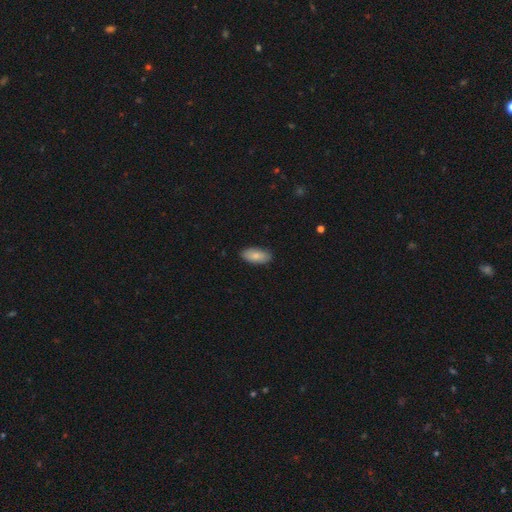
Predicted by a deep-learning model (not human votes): Morphology: type=smooth (84%); roundness=in between (90%); merging=none (87%).